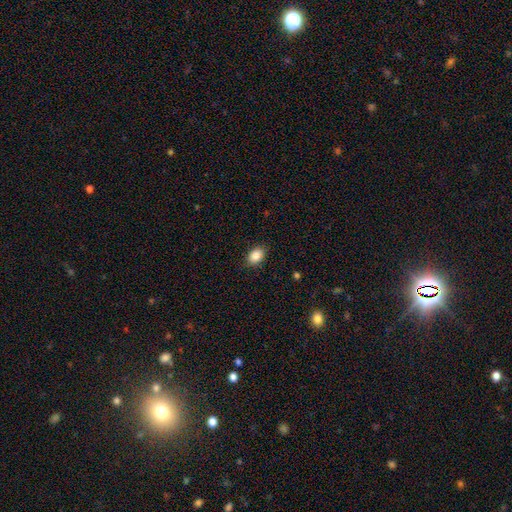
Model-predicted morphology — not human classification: smooth-or-featured: smooth: 87% | star or artifact: 8% | featured or disk: 5%
  how-rounded: in between: 79% | round: 20% | cigar-shaped: 1%
  merging: none: 87% | minor disturbance: 10% | major disturbance: 2% | merger: 1%